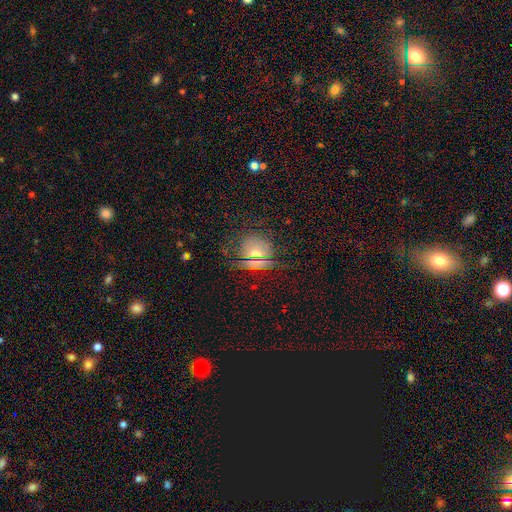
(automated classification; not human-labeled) Smooth or featured? Predicted: smooth (p=0.57). How rounded? Predicted: round (p=0.72). Merging? Predicted: none (p=0.72).